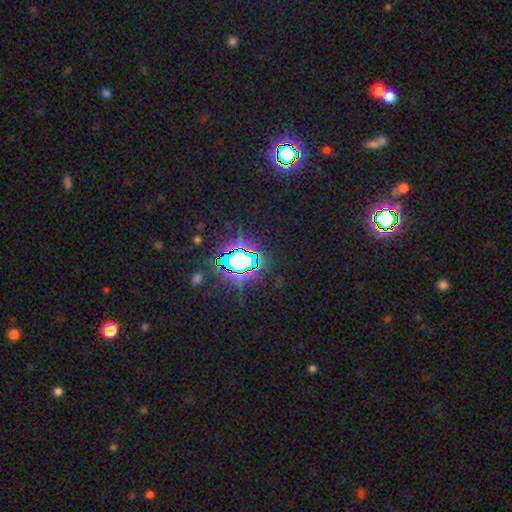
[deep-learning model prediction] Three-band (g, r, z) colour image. It shows a star or artifact, not a galaxy (81%).